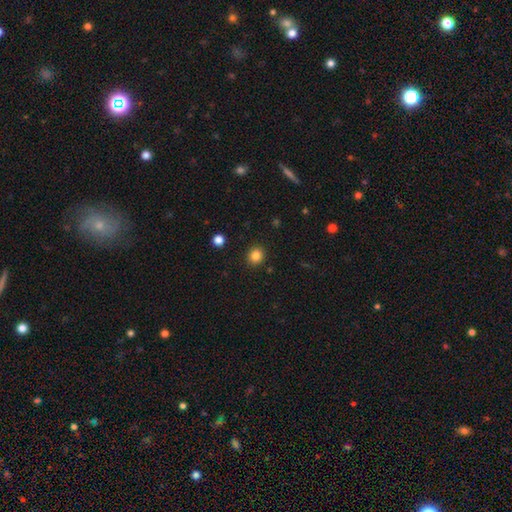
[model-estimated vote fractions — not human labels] A smooth galaxy with no disk features (84%) that is round (86%). Merging: none (91%).